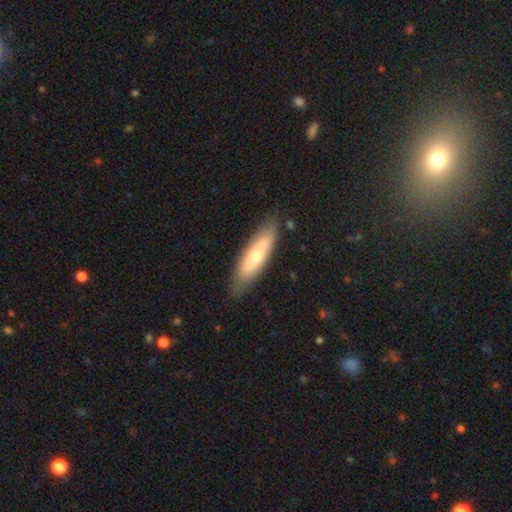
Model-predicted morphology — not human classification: The model was most divided on "smooth or featured": smooth: 60%, featured or disk: 34%, star or artifact: 6%. More confident: merging — none (82%); how rounded — cigar-shaped (65%).